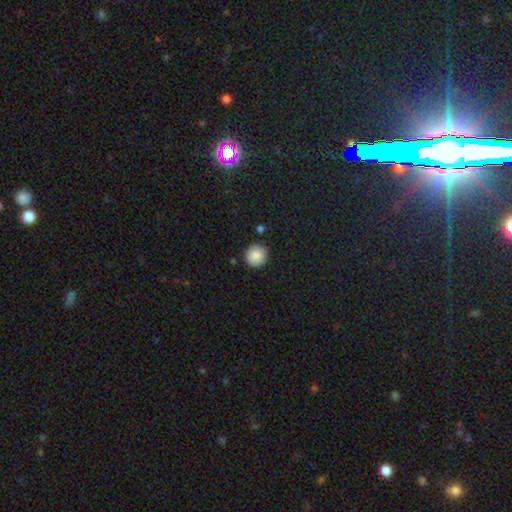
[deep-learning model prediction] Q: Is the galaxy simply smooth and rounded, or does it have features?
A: smooth — 88%.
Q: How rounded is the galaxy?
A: round — 94%.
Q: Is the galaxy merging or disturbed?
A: none — 89%.